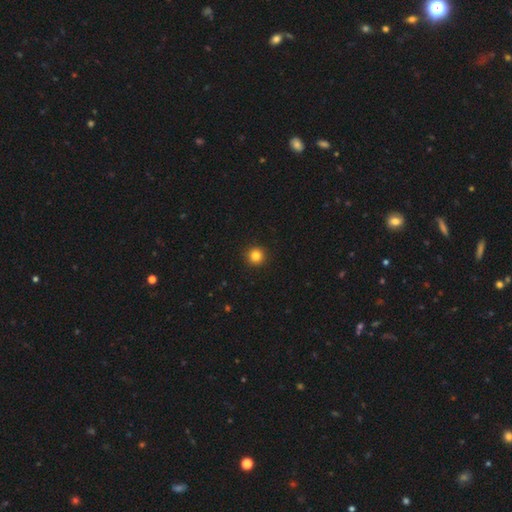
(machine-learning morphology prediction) This is clearly a smooth galaxy (84%). How rounded: clearly round (96%). Merging: clearly none (94%).